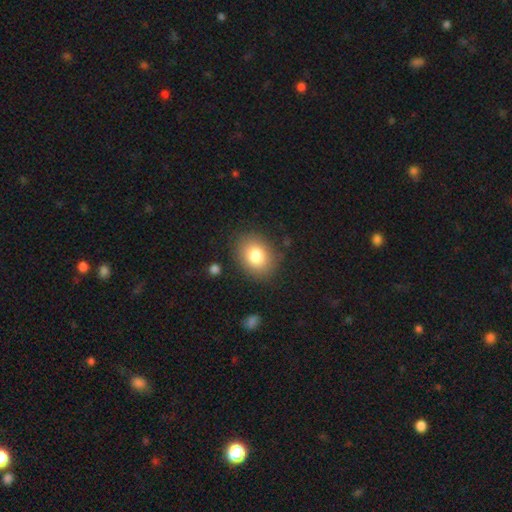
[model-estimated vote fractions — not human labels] Morphology: type=smooth (81%); roundness=round (50%); merging=none (84%).